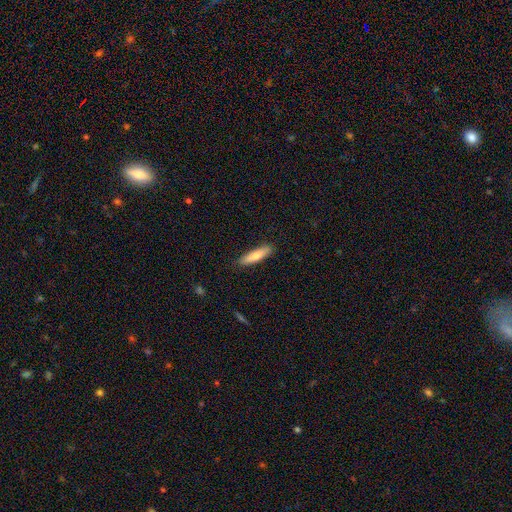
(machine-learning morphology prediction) This is likely a smooth galaxy (80%). How rounded: likely cigar-shaped (77%). Merging: clearly none (87%).